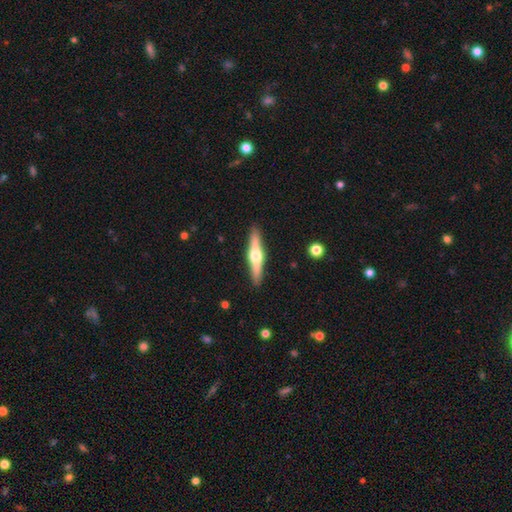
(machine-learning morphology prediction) Smooth or featured? featured or disk (69%)
Edge-on disk? yes (97%)
Edge-on bulge? rounded (95%)
Merging? none (91%)